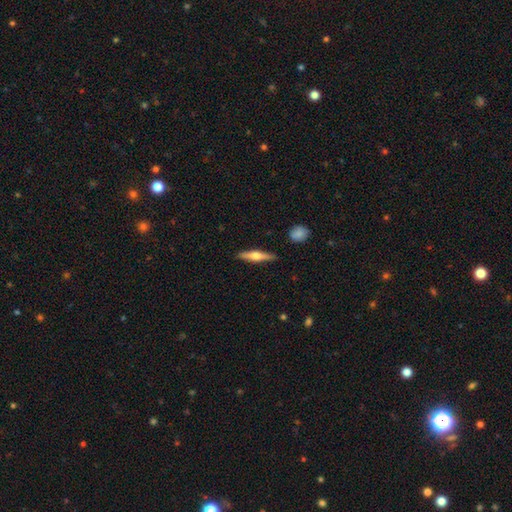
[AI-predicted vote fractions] Q: Smooth or featured?
A: featured or disk (56%); runner-up: smooth (39%)
Q: Edge-on disk?
A: yes (96%); runner-up: no (4%)
Q: Edge-on bulge?
A: rounded (88%); runner-up: boxy (8%)
Q: Merging?
A: none (89%); runner-up: minor disturbance (8%)